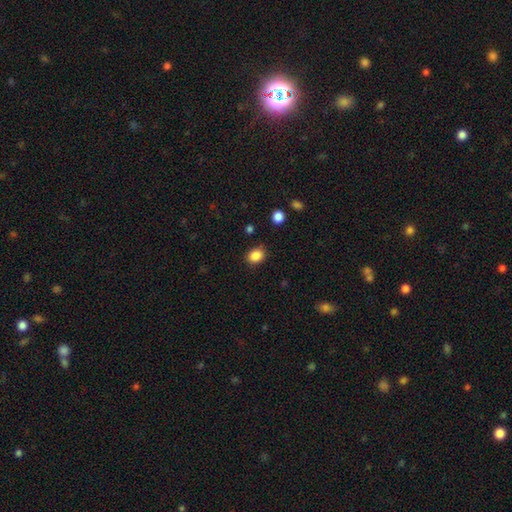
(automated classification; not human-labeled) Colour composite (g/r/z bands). It shows a smooth galaxy with no disk features (86%) that is in between round and cigar-shaped (50%). Merging: none (83%).